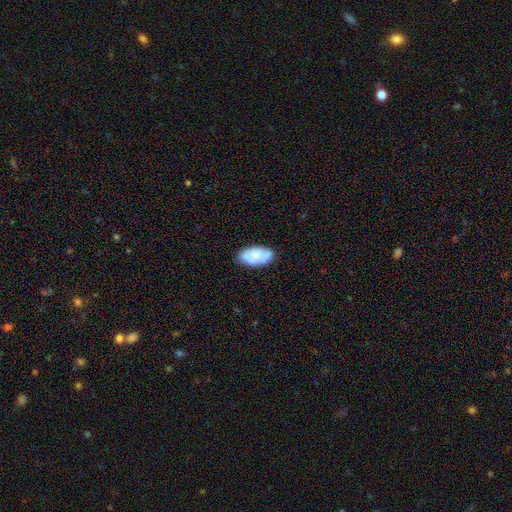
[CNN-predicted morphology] Smooth or featured?
  - smooth: 59% *
  - featured or disk: 34%
  - star or artifact: 7%
How rounded?
  - in between: 94% *
  - round: 4%
  - cigar-shaped: 2%
Merging?
  - none: 70% *
  - minor disturbance: 21%
  - major disturbance: 5%
  - merger: 3%